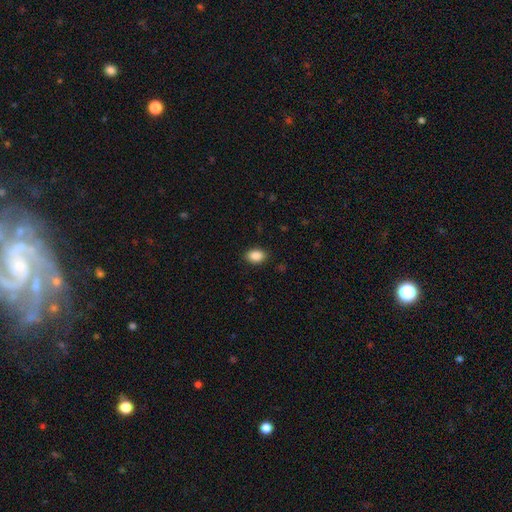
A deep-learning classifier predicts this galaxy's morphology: smooth_or_featured: smooth (p=0.88) [alt: star or artifact p=0.08]
how_rounded: in between (p=0.82) [alt: round p=0.17]
merging: none (p=0.89) [alt: minor disturbance p=0.08]